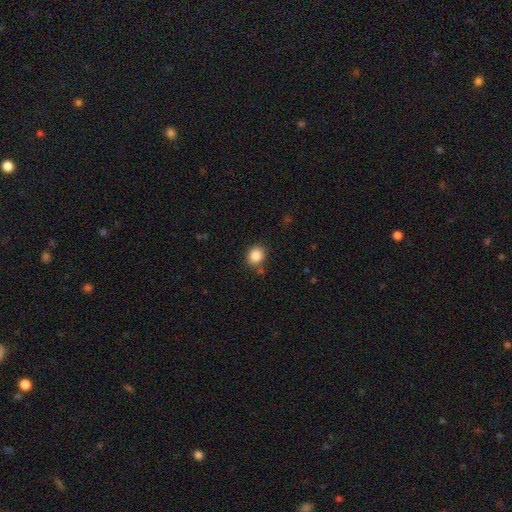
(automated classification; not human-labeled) smooth 86%, star or artifact 10%, featured or disk 4%. Down the decision tree: how rounded — round (76%); merging — none (81%).